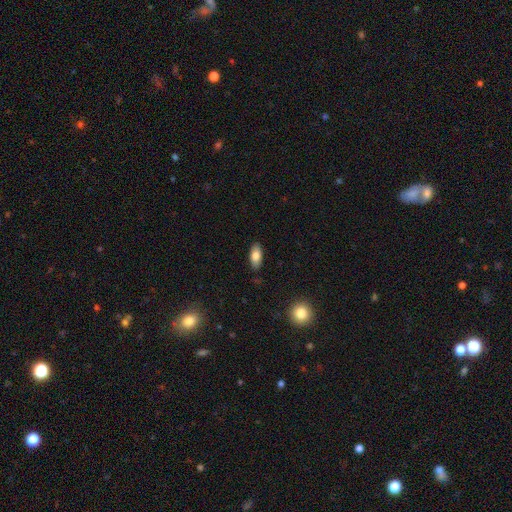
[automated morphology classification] The model was most divided on "smooth or featured": smooth: 81%, featured or disk: 12%, star or artifact: 7%. More confident: how rounded — in between (88%); merging — none (87%).